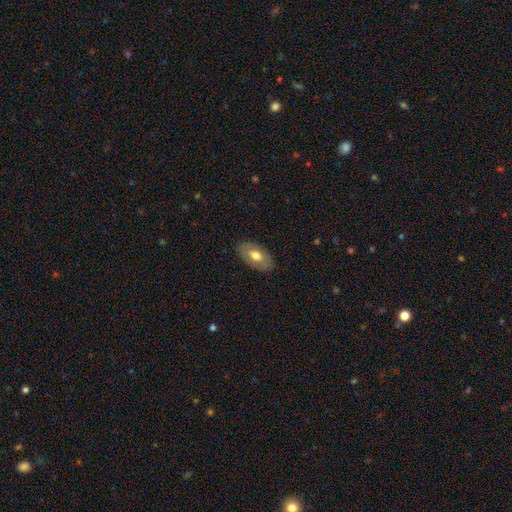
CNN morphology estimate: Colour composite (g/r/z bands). It shows a smooth galaxy with no disk features (65%) that is in between round and cigar-shaped (93%). Merging: none (86%).